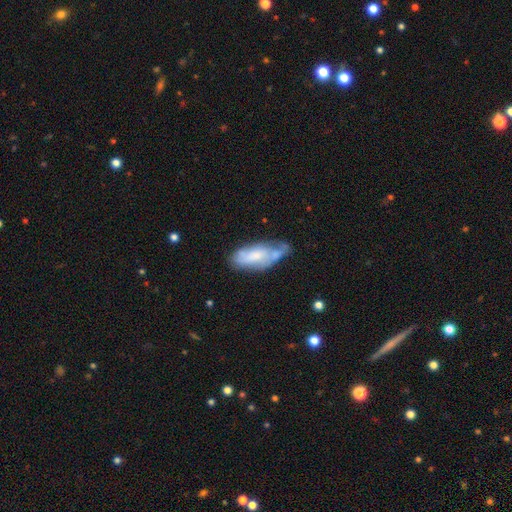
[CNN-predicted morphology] A smooth galaxy with no disk features (54%) that is in between round and cigar-shaped (78%).

Vote fractions:
- Smooth or featured? smooth: 54% / featured or disk: 39% / star or artifact: 7%
- How rounded? in between: 78% / cigar-shaped: 20% / round: 2%
- Merging? none: 35% / minor disturbance: 31% / merger: 21% / major disturbance: 13%